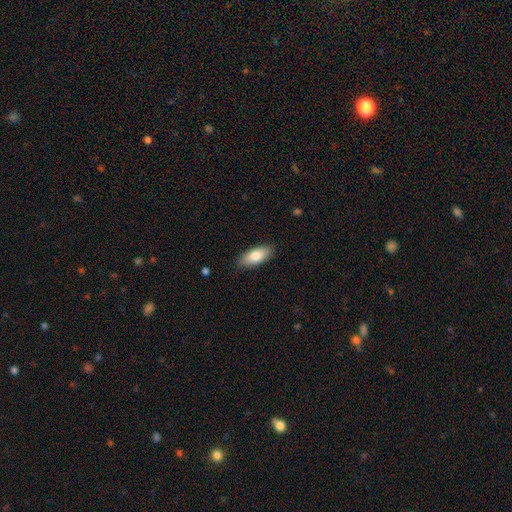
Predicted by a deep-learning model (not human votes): A smooth galaxy with no disk features (81%) that is in between round and cigar-shaped (83%).

Vote fractions:
- Smooth or featured? smooth: 81% / featured or disk: 13% / star or artifact: 6%
- How rounded? in between: 83% / cigar-shaped: 15% / round: 2%
- Merging? none: 86% / minor disturbance: 11% / major disturbance: 2% / merger: 1%